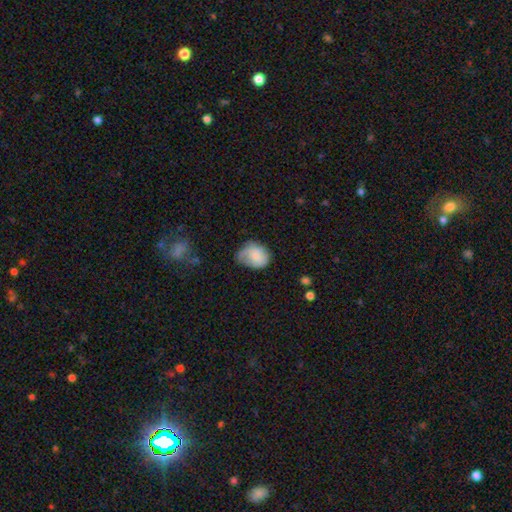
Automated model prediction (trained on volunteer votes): smooth 71%, featured or disk 21%, star or artifact 8%. Down the decision tree: how rounded — in between (62%); merging — minor disturbance (39%, tied with none).